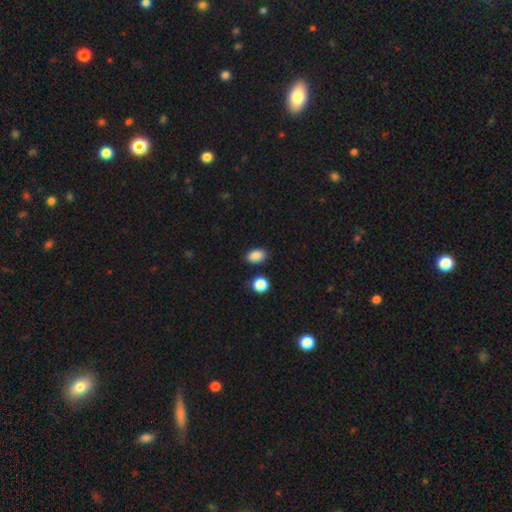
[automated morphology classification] Overall: smooth (88%). How rounded: in between (82%). Merging: none (84%).